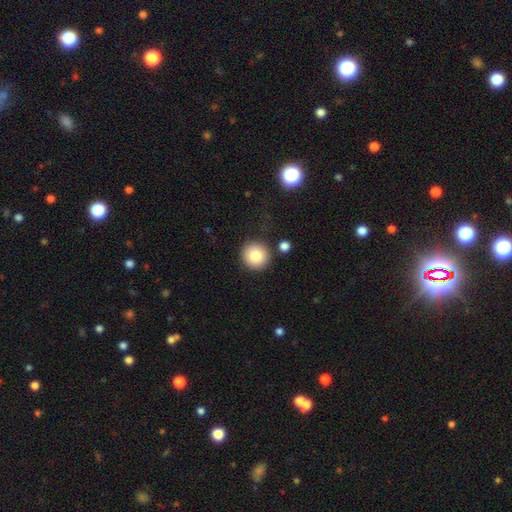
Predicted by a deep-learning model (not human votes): Q: Smooth or featured?
A: smooth (83%); runner-up: star or artifact (9%)
Q: How rounded?
A: round (95%); runner-up: in between (4%)
Q: Merging?
A: none (87%); runner-up: minor disturbance (7%)